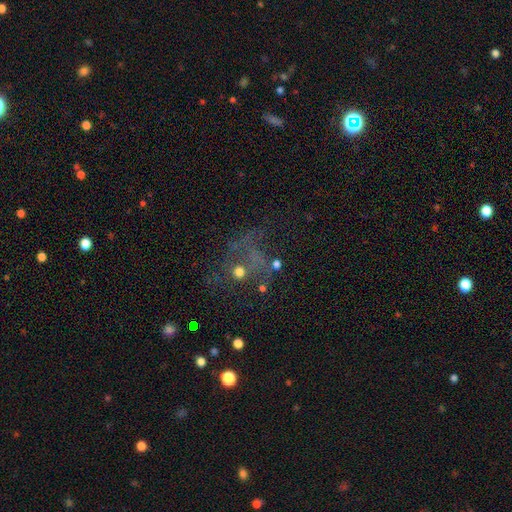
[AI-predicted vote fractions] star or artifact 39%, featured or disk 33%, smooth 27%.